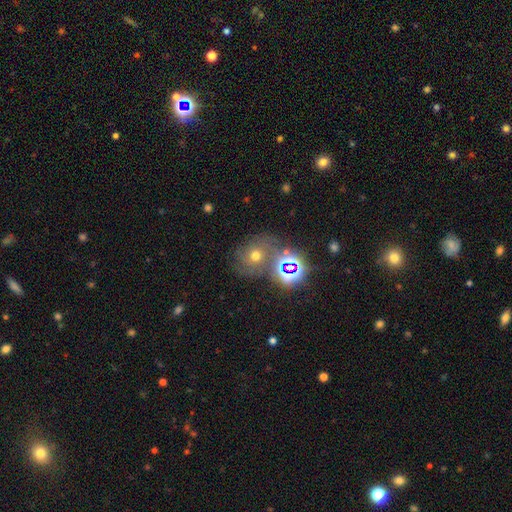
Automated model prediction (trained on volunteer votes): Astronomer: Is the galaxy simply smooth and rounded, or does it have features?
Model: smooth — 36%, tied with star or artifact at 36%.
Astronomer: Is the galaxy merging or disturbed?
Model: none — 59%.